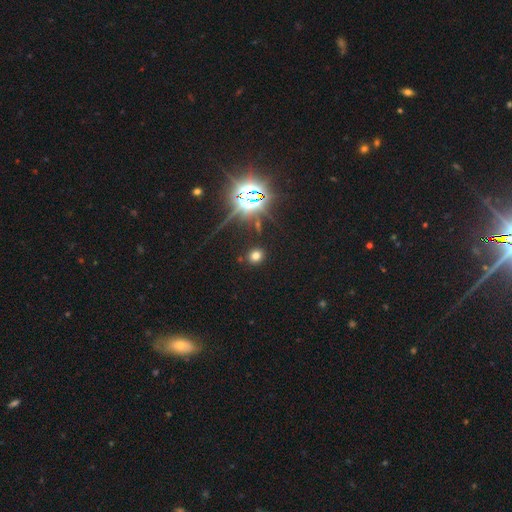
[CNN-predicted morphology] smooth 64%, star or artifact 28%, featured or disk 8%. Down the decision tree: how rounded — round (78%); merging — none (88%).